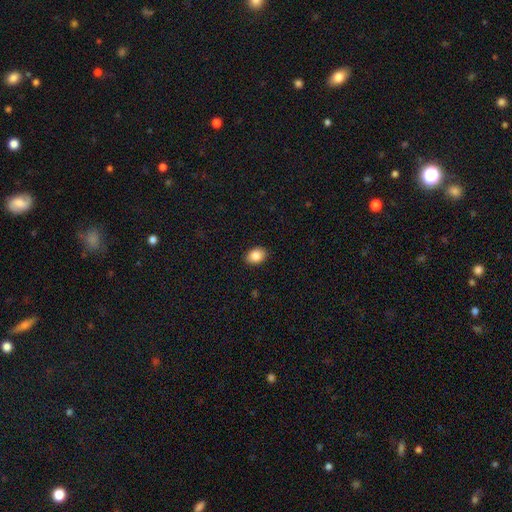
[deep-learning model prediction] Smooth or featured?
  - smooth: 87% *
  - star or artifact: 8%
  - featured or disk: 4%
How rounded?
  - in between: 64% *
  - round: 35%
  - cigar-shaped: 1%
Merging?
  - none: 89% *
  - minor disturbance: 8%
  - major disturbance: 2%
  - merger: 1%